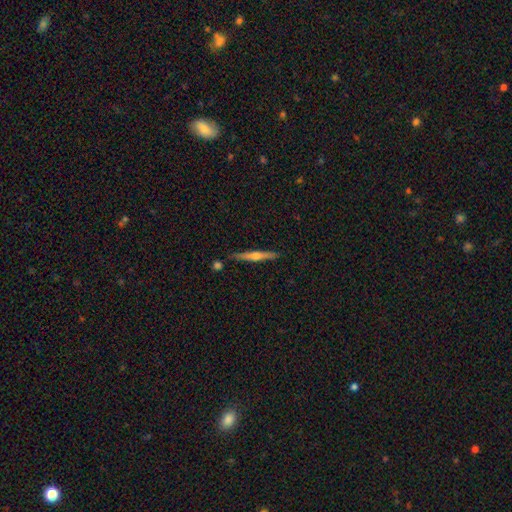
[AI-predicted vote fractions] This is likely a featured or disk galaxy (65%). It is clearly viewed edge-on (97%). Edge-on bulge: clearly rounded (85%). Merging: clearly none (86%).